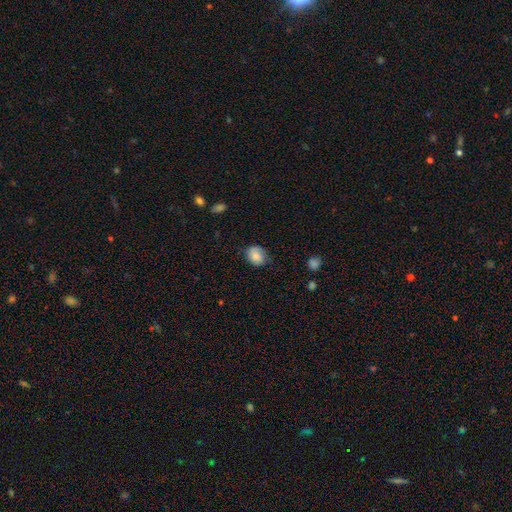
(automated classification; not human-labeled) This appears to be a smooth galaxy with no disk features (80%) that is round (53%). Merging: none (65%).